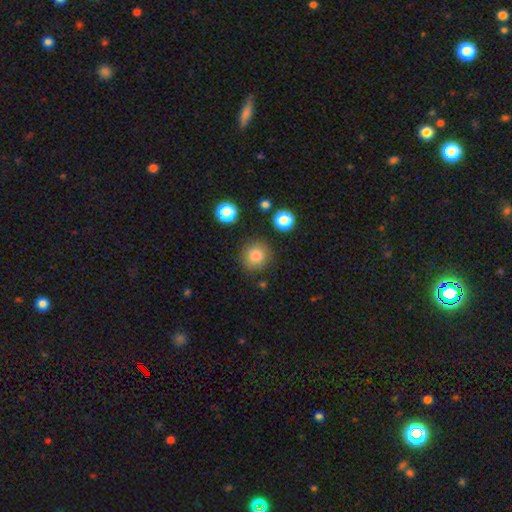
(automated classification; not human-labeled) smooth-or-featured: smooth: 82% | star or artifact: 11% | featured or disk: 7%
  how-rounded: round: 90% | in between: 9% | cigar-shaped: 1%
  merging: none: 83% | minor disturbance: 10% | major disturbance: 4% | merger: 3%